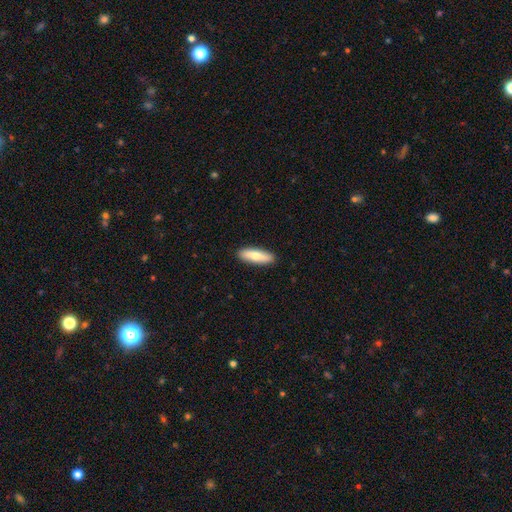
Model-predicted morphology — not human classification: smooth_or_featured: smooth (p=0.73) [alt: featured or disk p=0.22]
how_rounded: cigar-shaped (p=0.58) [alt: in between p=0.40]
merging: none (p=0.90) [alt: minor disturbance p=0.07]